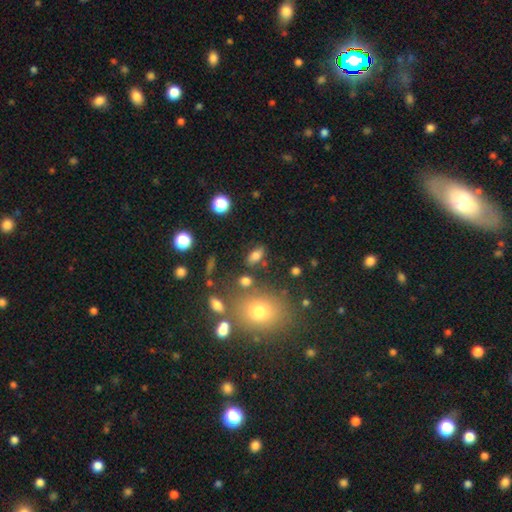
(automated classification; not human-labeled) Q: Smooth or featured?
A: smooth (75%); runner-up: star or artifact (13%)
Q: How rounded?
A: in between (84%); runner-up: round (10%)
Q: Merging?
A: none (74%); runner-up: minor disturbance (13%)